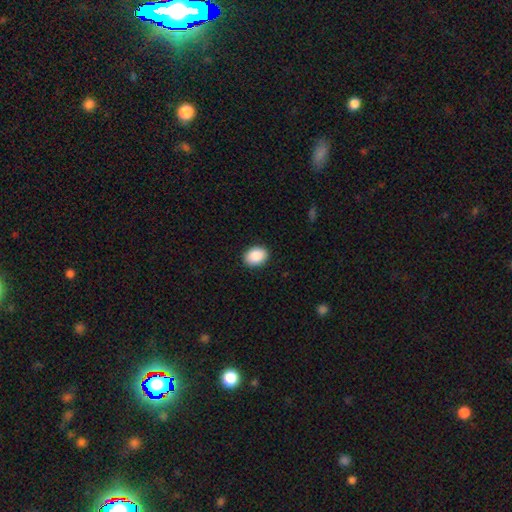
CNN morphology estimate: This is clearly a smooth galaxy (89%). How rounded: likely in between (70%). Merging: clearly none (91%).